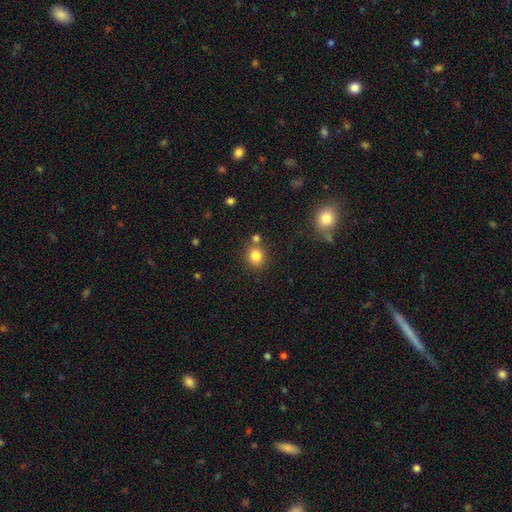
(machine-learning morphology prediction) type=smooth (82%); roundness=round (82%); merging=none (74%).